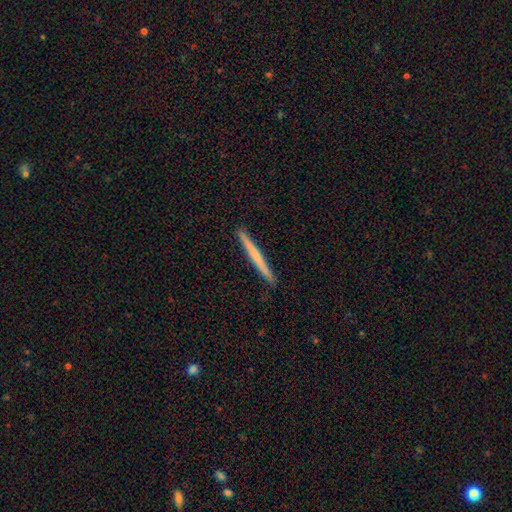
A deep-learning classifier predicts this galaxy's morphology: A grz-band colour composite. It shows a smooth galaxy with no disk features (55%) that is cigar-shaped (97%). Merging: none (93%).